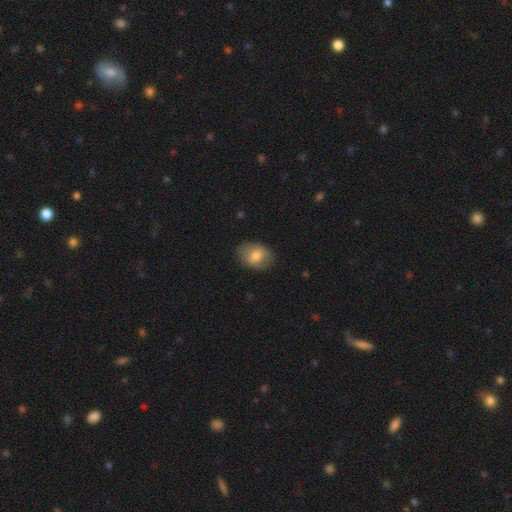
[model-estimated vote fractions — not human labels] Smooth or featured? smooth (70%)
How rounded? in between (77%)
Merging? none (79%)